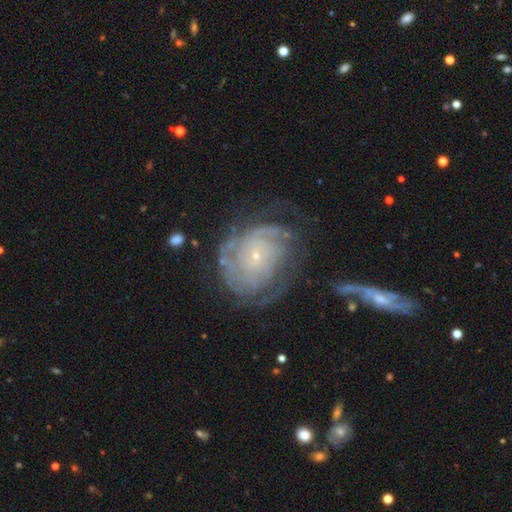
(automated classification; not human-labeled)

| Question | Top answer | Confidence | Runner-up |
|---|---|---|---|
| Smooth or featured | featured or disk | 84% | smooth (9%) |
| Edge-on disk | no | 97% | yes (3%) |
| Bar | no | 79% | weak (16%) |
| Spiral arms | yes | 93% | no (7%) |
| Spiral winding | tight | 72% | medium (21%) |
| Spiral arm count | can't tell | 38% | 2 (16%) |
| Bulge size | small | 87% | moderate (9%) |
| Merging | none | 55% | minor disturbance (21%) |